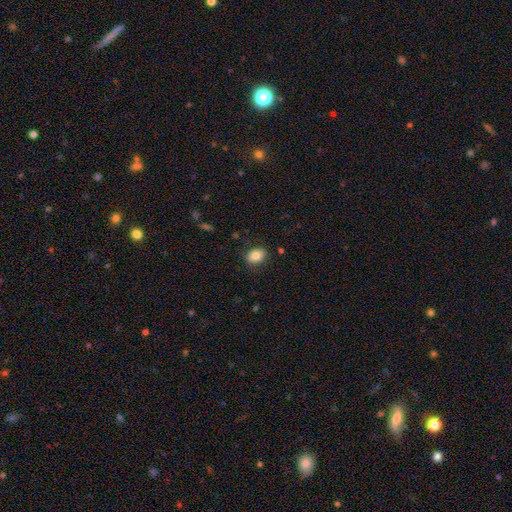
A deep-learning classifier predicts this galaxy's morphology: This is clearly a smooth galaxy (83%). How rounded: likely in between (70%). Merging: clearly none (85%).